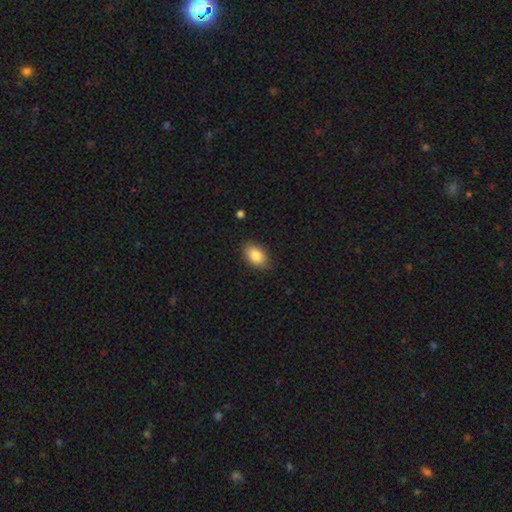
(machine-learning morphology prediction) smooth-or-featured: smooth: 86% | star or artifact: 7% | featured or disk: 7%
  how-rounded: in between: 90% | round: 8% | cigar-shaped: 2%
  merging: none: 86% | minor disturbance: 11% | major disturbance: 2% | merger: 1%